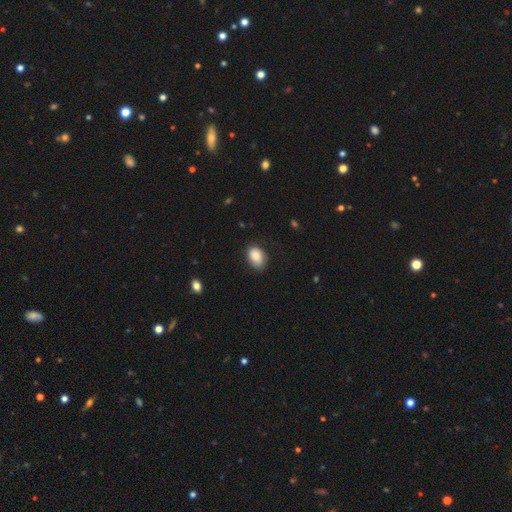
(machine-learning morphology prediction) Overall: smooth (86%). How rounded: in between (83%). Merging: none (73%).